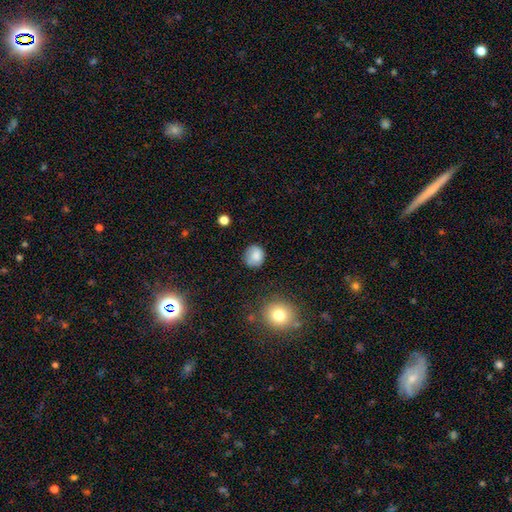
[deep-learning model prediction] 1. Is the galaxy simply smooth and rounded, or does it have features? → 80% smooth, 11% featured or disk, 9% star or artifact.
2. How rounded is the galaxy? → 80% round, 19% in between, 1% cigar-shaped.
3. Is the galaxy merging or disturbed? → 71% none, 20% minor disturbance, 6% major disturbance, 2% merger.